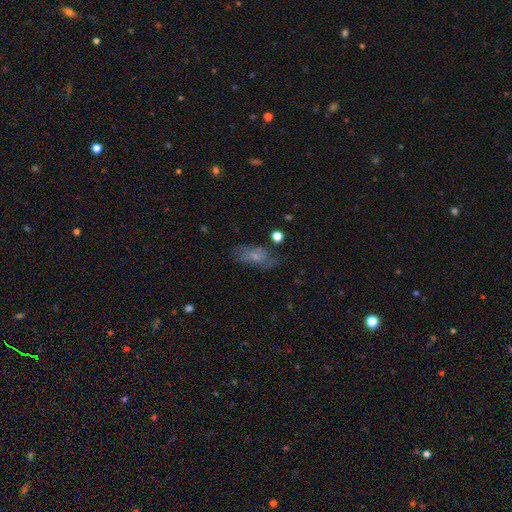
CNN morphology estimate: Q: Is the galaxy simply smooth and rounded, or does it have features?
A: smooth — 52%.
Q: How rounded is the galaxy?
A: in between — 82%.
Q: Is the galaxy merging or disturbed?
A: none — 57%.